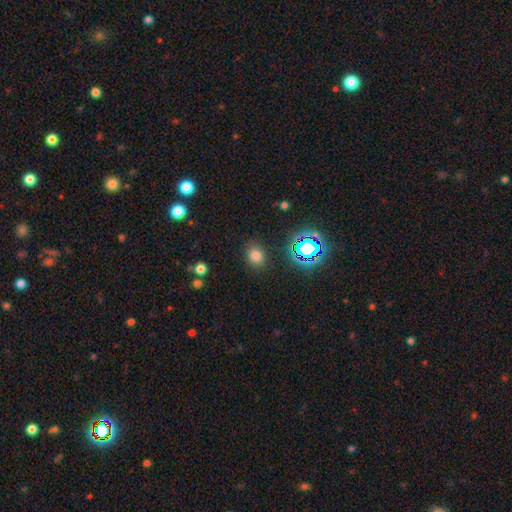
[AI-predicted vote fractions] smooth_or_featured: smooth (p=0.74) [alt: star or artifact p=0.20]
how_rounded: round (p=0.52) [alt: in between p=0.47]
merging: none (p=0.84) [alt: minor disturbance p=0.11]